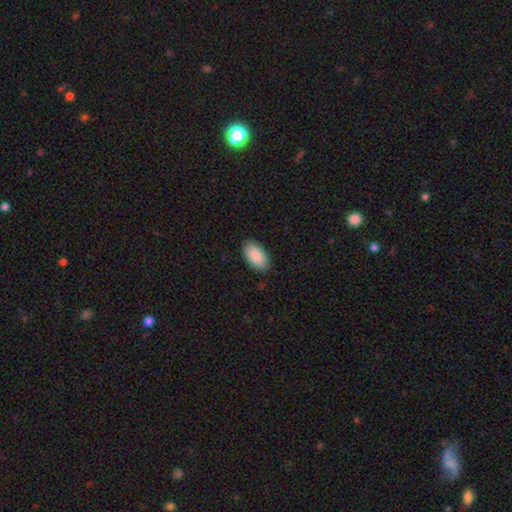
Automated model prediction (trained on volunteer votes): A smooth galaxy with no disk features (88%) that is in between round and cigar-shaped (96%). Merging: none (87%).